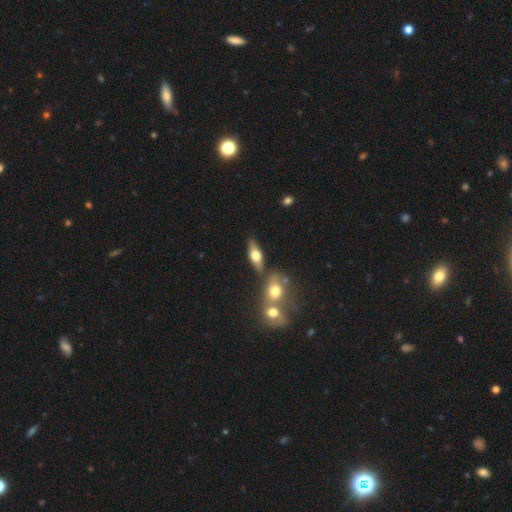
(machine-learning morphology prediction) featured or disk 49%, smooth 43%, star or artifact 8%. Down the decision tree: merging — none (72%).